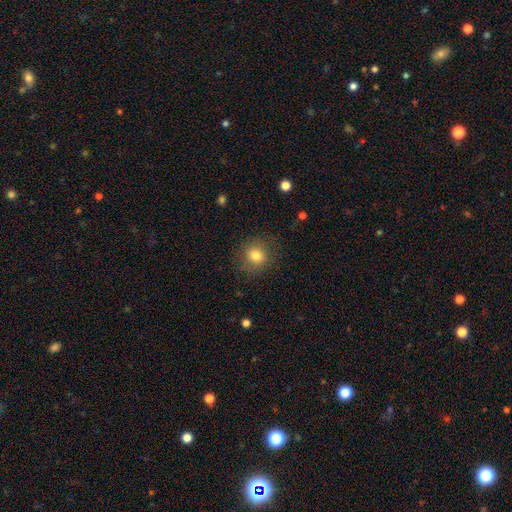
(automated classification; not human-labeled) Smooth or featured: smooth — 80% (star or artifact — 11%)
How rounded: round — 86% (in between — 13%)
Merging: none — 82% (minor disturbance — 12%)